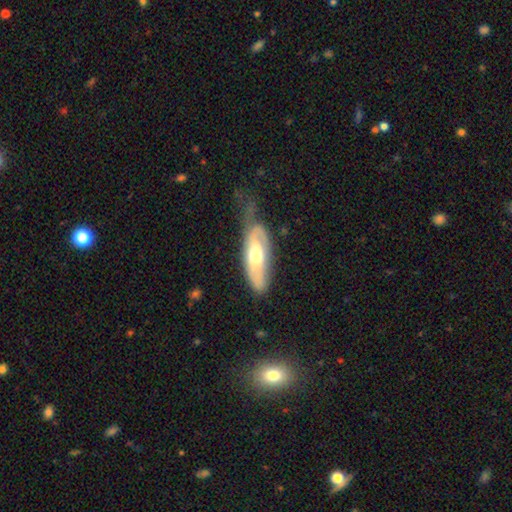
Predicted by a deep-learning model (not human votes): Smooth or featured? Predicted: featured or disk (p=0.55). Edge-on disk? Predicted: no (p=0.76). Merging? Predicted: none (p=0.35, tied with minor disturbance).